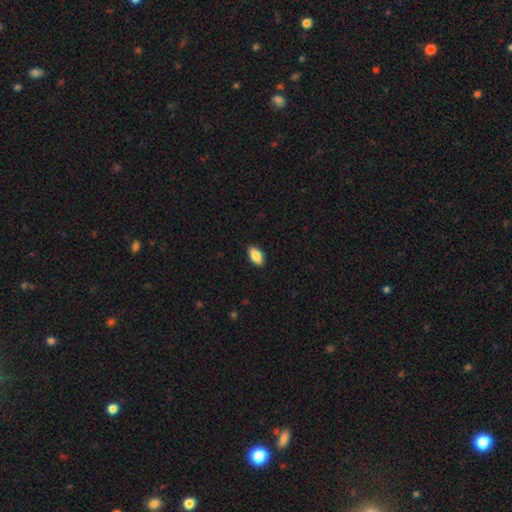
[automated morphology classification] Smooth or featured?
  - smooth: 86% *
  - featured or disk: 8%
  - star or artifact: 7%
How rounded?
  - in between: 91% *
  - cigar-shaped: 5%
  - round: 3%
Merging?
  - none: 88% *
  - minor disturbance: 9%
  - major disturbance: 2%
  - merger: 1%